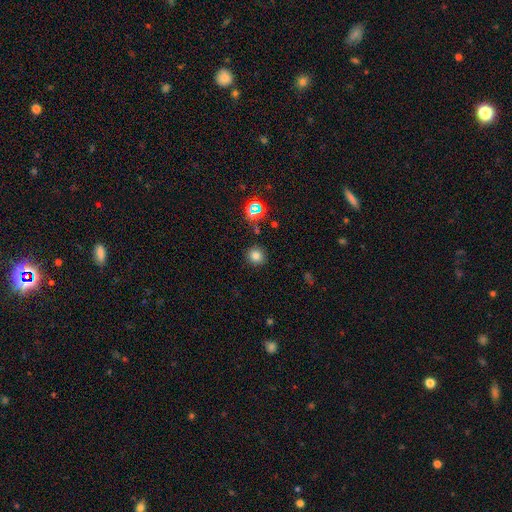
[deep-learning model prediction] Smooth or featured?
  - smooth: 76% *
  - star or artifact: 17%
  - featured or disk: 7%
How rounded?
  - round: 91% *
  - in between: 8%
  - cigar-shaped: 1%
Merging?
  - none: 88% *
  - minor disturbance: 7%
  - major disturbance: 2%
  - merger: 2%